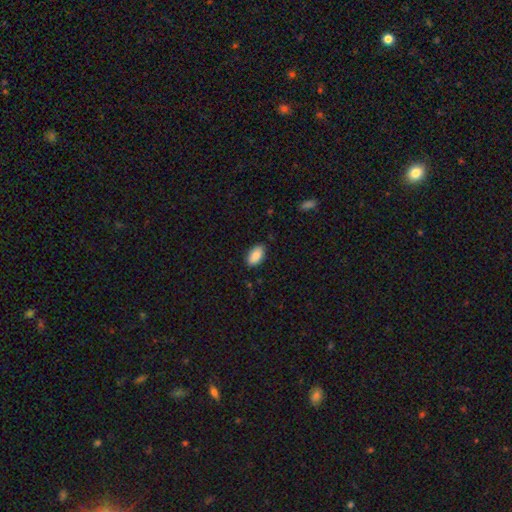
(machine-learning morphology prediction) The model was most divided on "merging": none: 86%, minor disturbance: 11%, major disturbance: 2%, merger: 1%. More confident: how rounded — in between (94%); smooth or featured — smooth (89%).